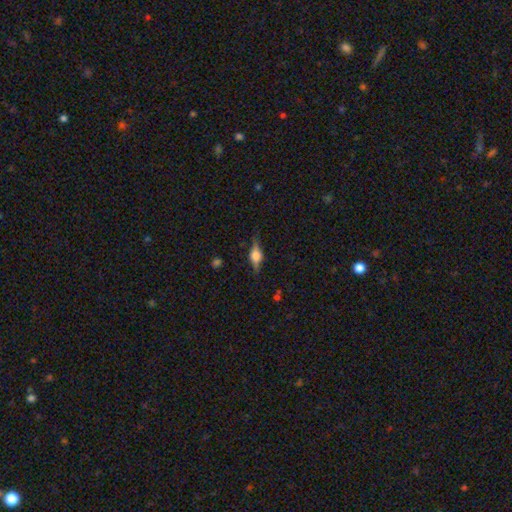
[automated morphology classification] Smooth or featured: featured or disk — 64% (smooth — 28%)
Edge-on disk: yes — 96% (no — 4%)
Edge-on bulge: rounded — 89% (boxy — 10%)
Merging: none — 83% (minor disturbance — 13%)